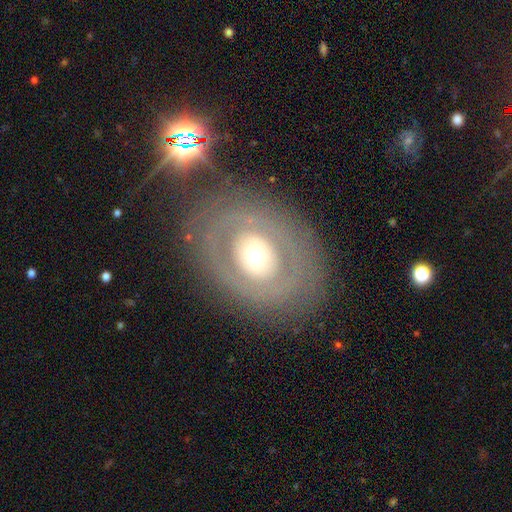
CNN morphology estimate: Smooth or featured: featured or disk — 51% (smooth — 40%)
Edge-on disk: no — 92% (yes — 8%)
Merging: none — 79% (minor disturbance — 11%)